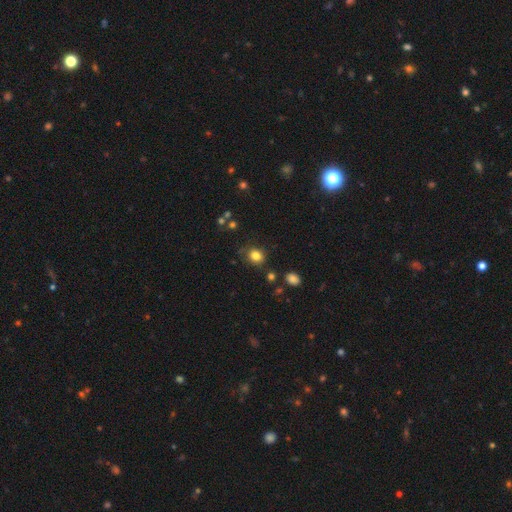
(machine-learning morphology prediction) This is clearly a smooth galaxy (83%). How rounded: likely round (70%). Merging: likely none (79%).